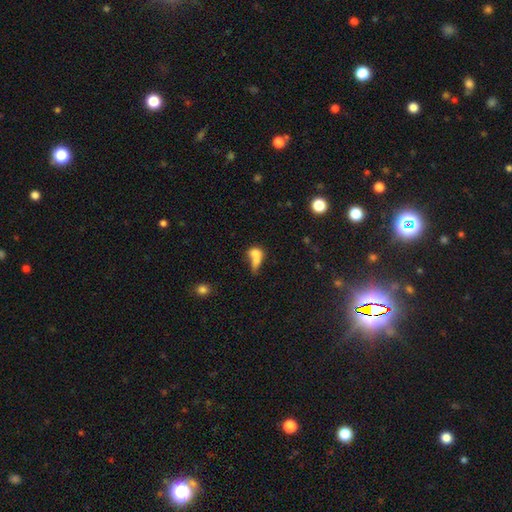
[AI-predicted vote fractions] A smooth galaxy with no disk features (67%) that is in between round and cigar-shaped (60%).

Vote fractions:
- Smooth or featured? smooth: 67% / featured or disk: 21% / star or artifact: 12%
- How rounded? in between: 60% / round: 28% / cigar-shaped: 12%
- Merging? merger: 55% / none: 19% / major disturbance: 15% / minor disturbance: 11%